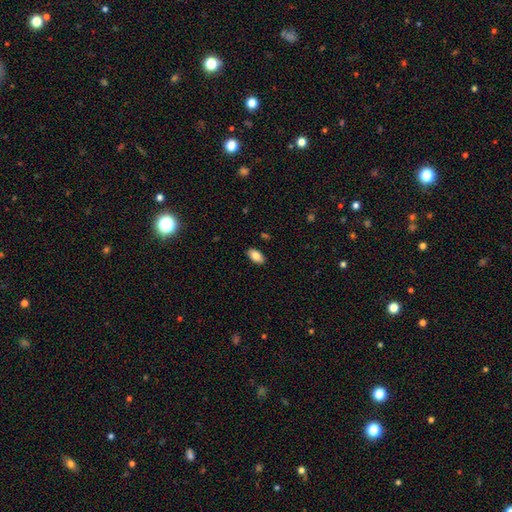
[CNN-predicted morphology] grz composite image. It shows a smooth galaxy with no disk features (82%) that is in between round and cigar-shaped (93%). Merging: none (88%).